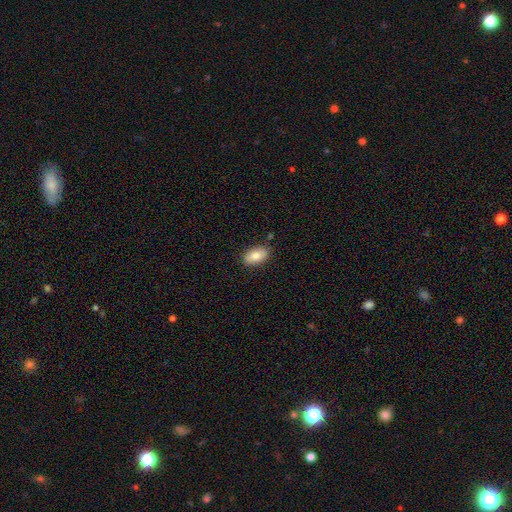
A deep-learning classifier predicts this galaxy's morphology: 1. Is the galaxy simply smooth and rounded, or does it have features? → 80% smooth, 13% featured or disk, 7% star or artifact.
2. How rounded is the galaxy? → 91% in between, 7% round, 2% cigar-shaped.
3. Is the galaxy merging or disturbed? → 84% none, 12% minor disturbance, 2% major disturbance, 2% merger.